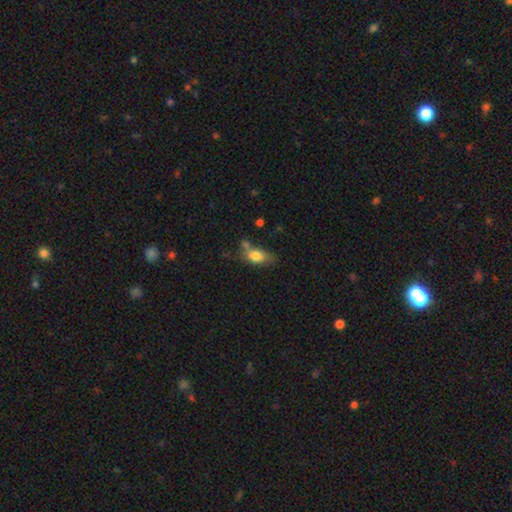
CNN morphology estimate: The model was most divided on "merging": none: 46%, minor disturbance: 25%, merger: 18%, major disturbance: 11%. More confident: how rounded — in between (80%); smooth or featured — smooth (76%).